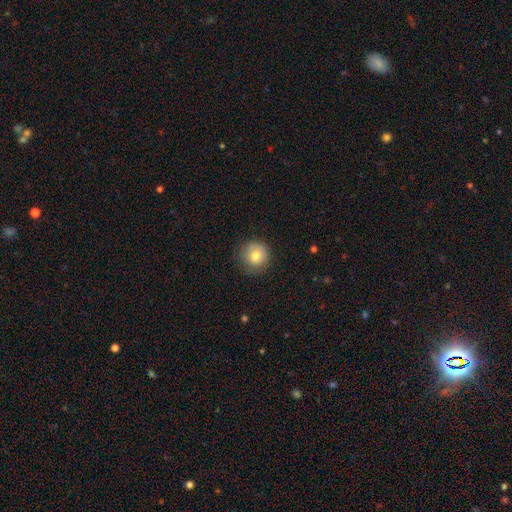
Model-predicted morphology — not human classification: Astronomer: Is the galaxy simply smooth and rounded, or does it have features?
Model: smooth — 78%.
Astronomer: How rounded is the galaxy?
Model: round — 93%.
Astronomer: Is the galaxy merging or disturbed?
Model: none — 79%.